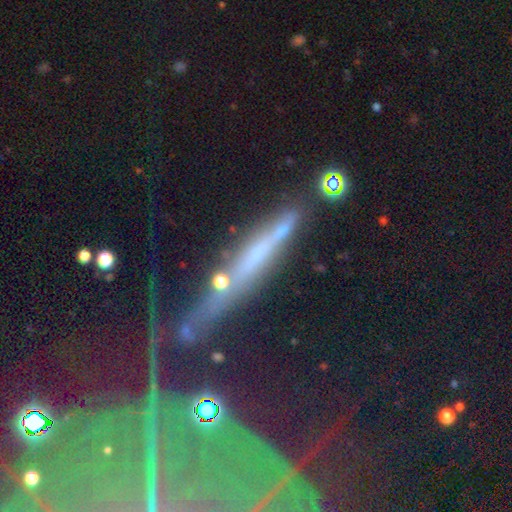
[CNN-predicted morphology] Smooth or featured?
  - featured or disk: 52% *
  - smooth: 27%
  - star or artifact: 22%
Edge-on disk?
  - yes: 76% *
  - no: 24%
Merging?
  - none: 63% *
  - minor disturbance: 20%
  - major disturbance: 9%
  - merger: 7%